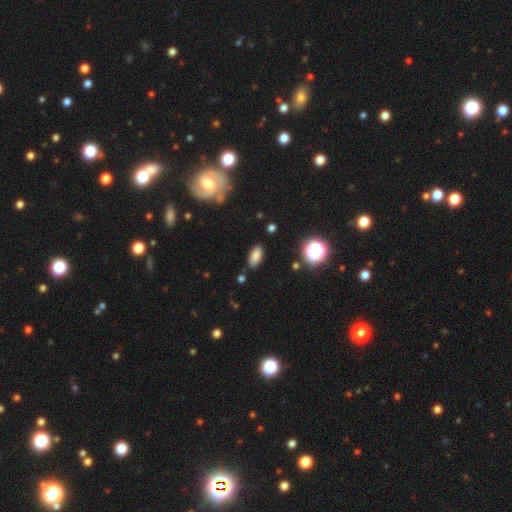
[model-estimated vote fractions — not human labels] Smooth or featured? Predicted: smooth (p=0.80). How rounded? Predicted: in between (p=0.87). Merging? Predicted: none (p=0.84).